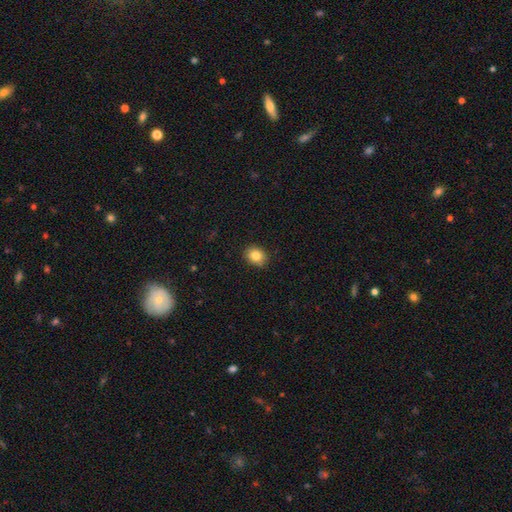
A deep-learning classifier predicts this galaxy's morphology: A smooth galaxy with no disk features (83%) that is round (52%). Merging: none (88%).